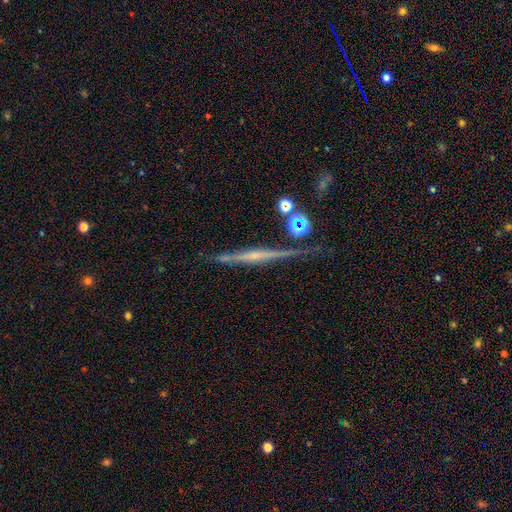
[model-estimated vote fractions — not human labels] Morphology: type=featured or disk (73%); edge-on=yes (97%); edge-on bulge=rounded (52%); merging=none (78%).